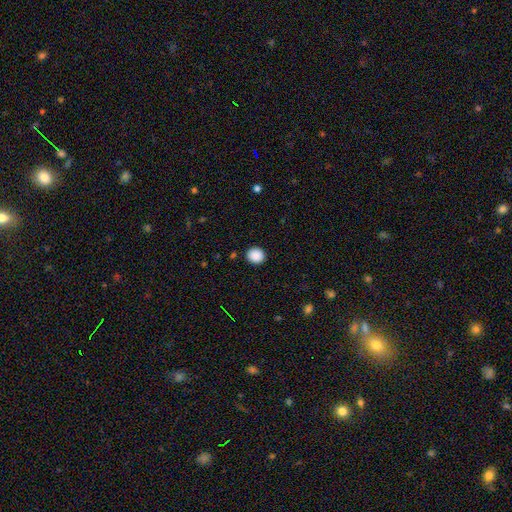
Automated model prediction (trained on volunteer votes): Smooth or featured? Predicted: smooth (p=0.89). How rounded? Predicted: round (p=0.82). Merging? Predicted: none (p=0.91).